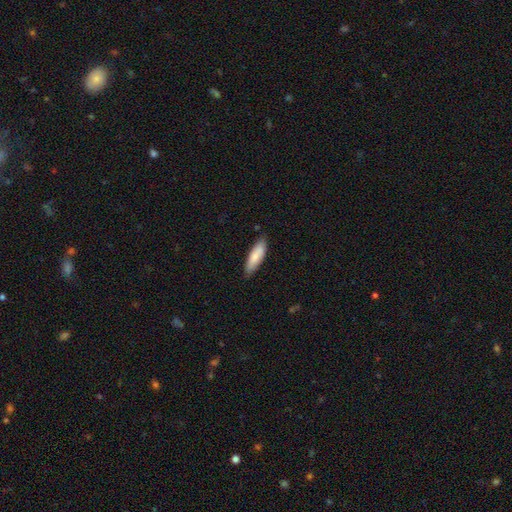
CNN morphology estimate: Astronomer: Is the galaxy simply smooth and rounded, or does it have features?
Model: smooth — 80%.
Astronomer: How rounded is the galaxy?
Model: cigar-shaped — 49%, tied with in between at 49%.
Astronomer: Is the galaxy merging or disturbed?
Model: none — 82%.